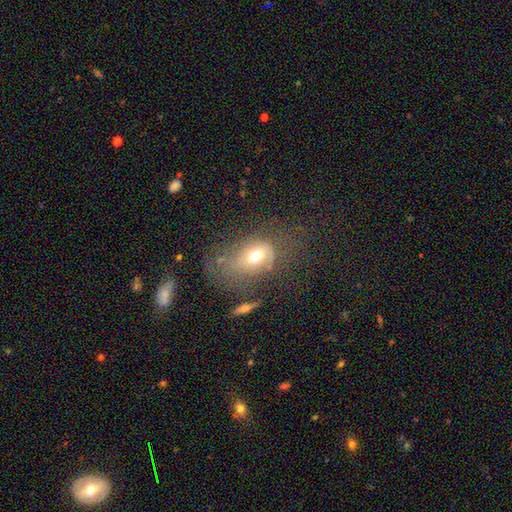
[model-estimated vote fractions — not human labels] A smooth galaxy with no disk features (60%) that is in between round and cigar-shaped (71%). Merging: none (37%).